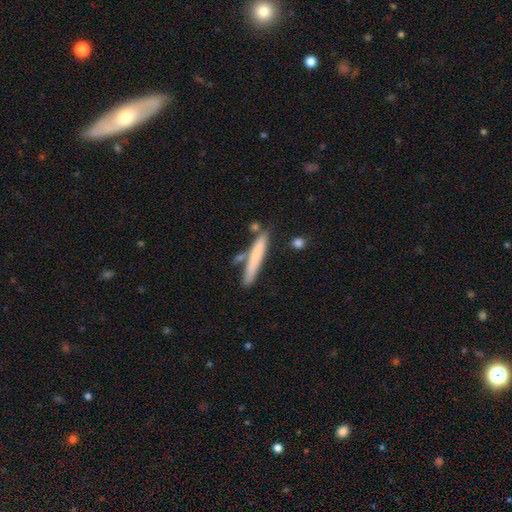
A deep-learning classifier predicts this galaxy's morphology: A smooth galaxy with no disk features (71%) that is cigar-shaped (94%). Merging: none (73%).